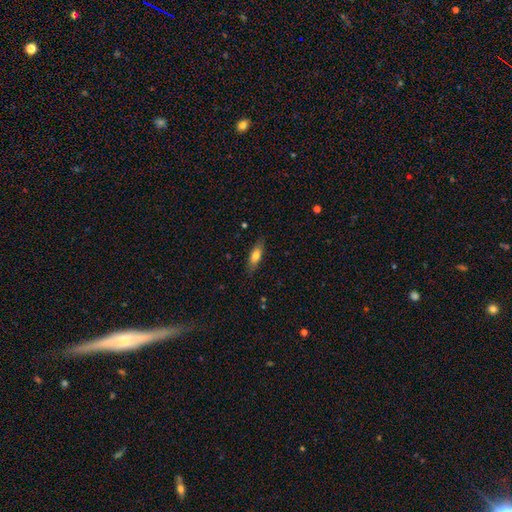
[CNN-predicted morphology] Smooth or featured? Predicted: smooth (p=0.70). How rounded? Predicted: in between (p=0.59). Merging? Predicted: none (p=0.83).